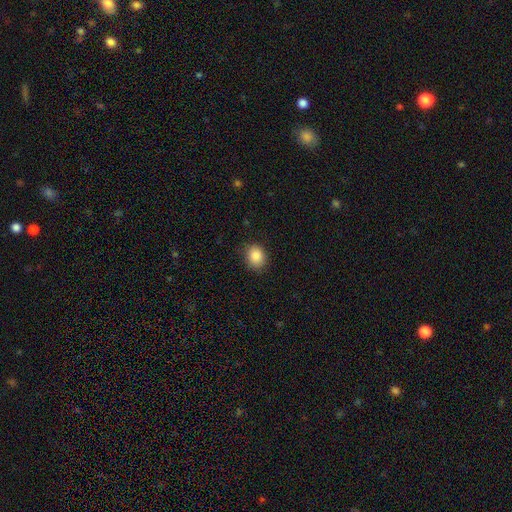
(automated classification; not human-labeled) smooth_or_featured: smooth (p=0.87) [alt: star or artifact p=0.09]
how_rounded: round (p=0.64) [alt: in between p=0.35]
merging: none (p=0.84) [alt: minor disturbance p=0.13]